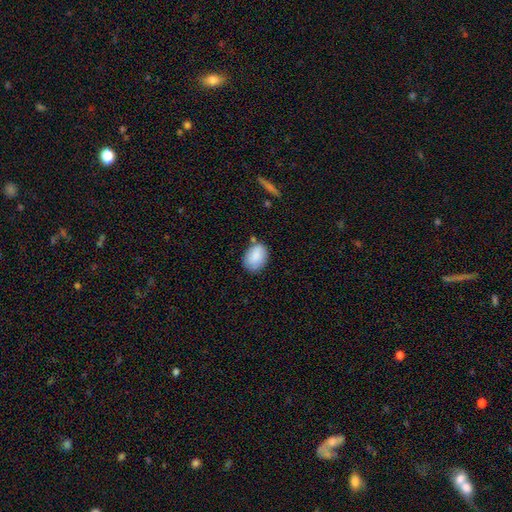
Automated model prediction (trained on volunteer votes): This appears to be a smooth galaxy with no disk features (86%) that is in between round and cigar-shaped (77%). Merging: none (68%).